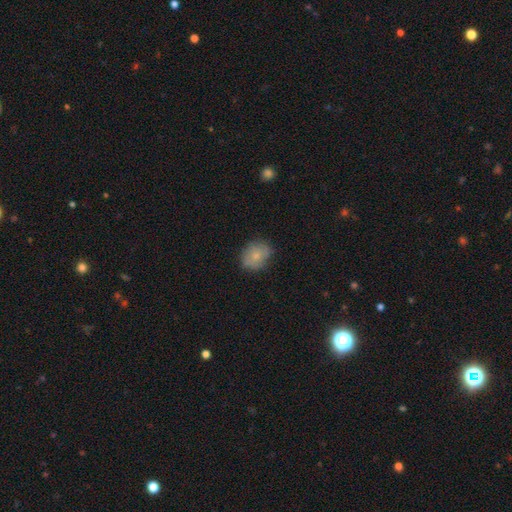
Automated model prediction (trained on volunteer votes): Smooth or featured?
  - smooth: 74% *
  - featured or disk: 19%
  - star or artifact: 8%
How rounded?
  - round: 52% *
  - in between: 47%
  - cigar-shaped: 1%
Merging?
  - none: 77% *
  - minor disturbance: 18%
  - major disturbance: 4%
  - merger: 1%